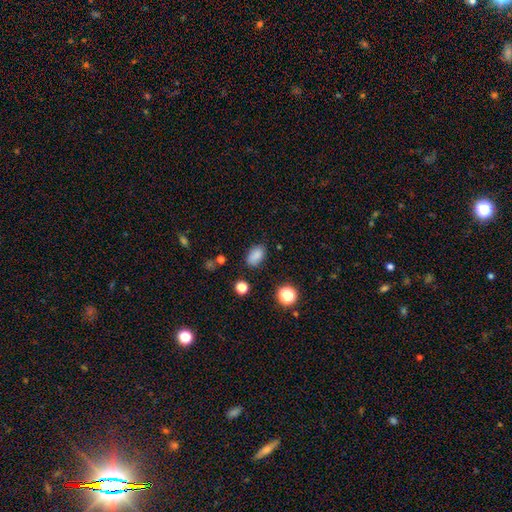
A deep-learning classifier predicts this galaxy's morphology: Q: Smooth or featured?
A: smooth (84%); runner-up: star or artifact (12%)
Q: How rounded?
A: in between (88%); runner-up: round (10%)
Q: Merging?
A: none (81%); runner-up: minor disturbance (13%)